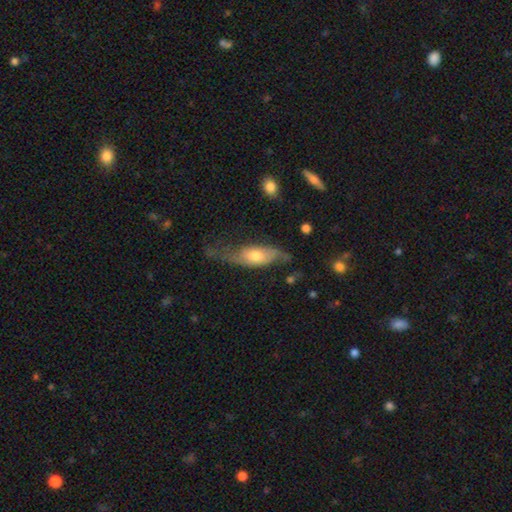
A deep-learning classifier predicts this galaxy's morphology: featured or disk 51%, smooth 43%, star or artifact 6%. Down the decision tree: edge-on disk — no (70%); merging — none (38%).